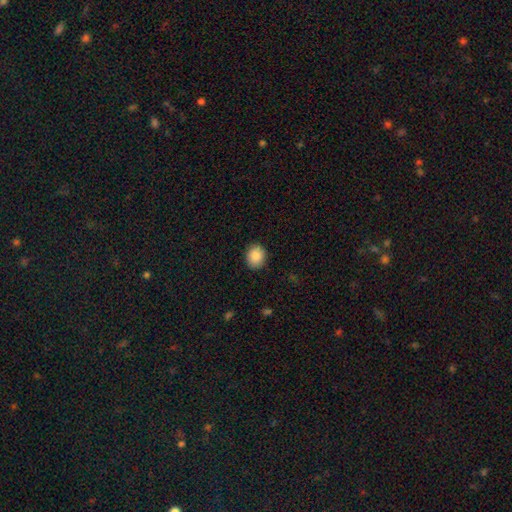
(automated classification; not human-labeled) A smooth galaxy with no disk features (88%) that is round (57%). Merging: none (89%).